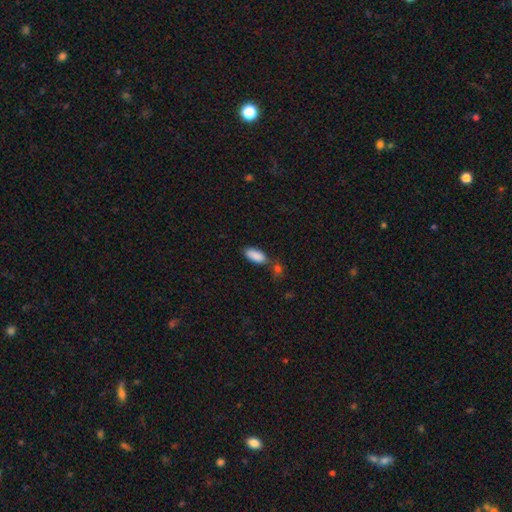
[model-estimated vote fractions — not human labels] A smooth galaxy with no disk features (89%) that is in between round and cigar-shaped (88%).

Vote fractions:
- Smooth or featured? smooth: 89% / star or artifact: 7% / featured or disk: 4%
- How rounded? in between: 88% / cigar-shaped: 10% / round: 2%
- Merging? none: 64% / merger: 17% / minor disturbance: 15% / major disturbance: 4%